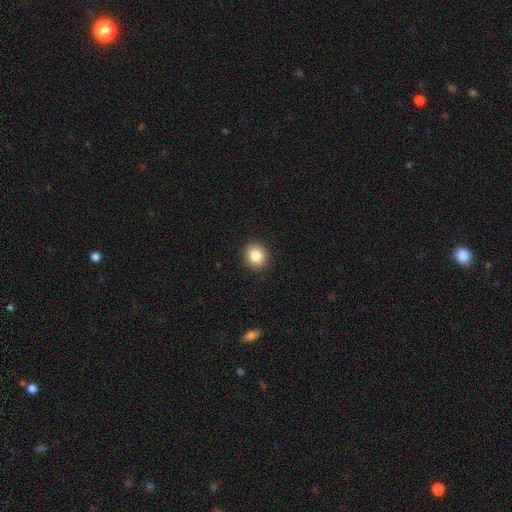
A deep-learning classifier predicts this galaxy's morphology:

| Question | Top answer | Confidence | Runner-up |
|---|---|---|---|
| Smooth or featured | smooth | 85% | star or artifact (9%) |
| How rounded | round | 82% | in between (18%) |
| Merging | none | 92% | minor disturbance (6%) |